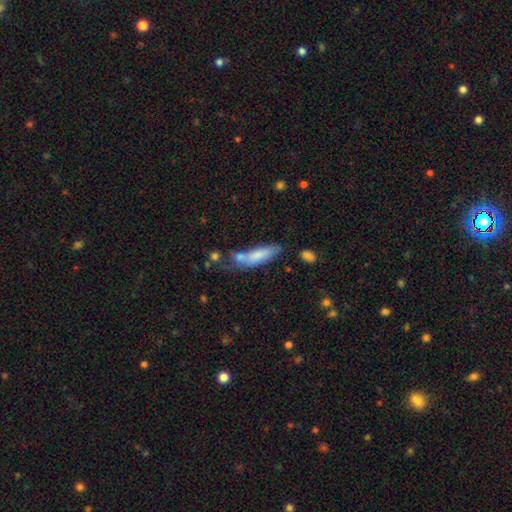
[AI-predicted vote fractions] Overall: smooth (74%). How rounded: cigar-shaped (64%; in between 34%). Merging: none (50%; minor disturbance 24%).